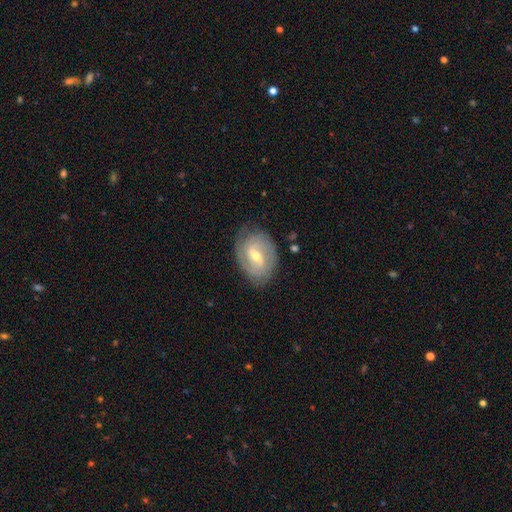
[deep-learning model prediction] A featured or disk galaxy (80%) with a weak bar (56%), 2 (62%) tight (56%) spiral arms (92%) and a moderate central bulge (57%). Merging: none (77%).